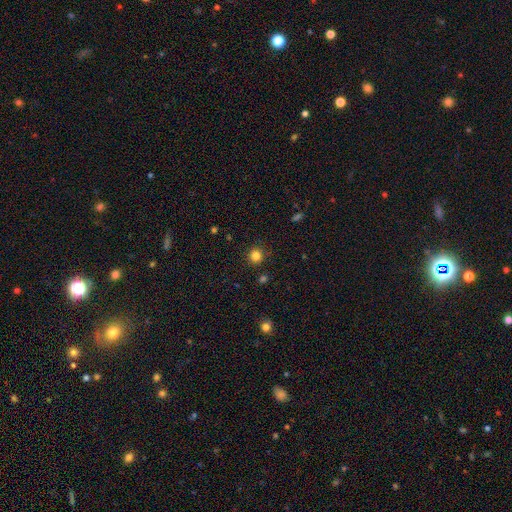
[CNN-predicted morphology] A smooth galaxy with no disk features (82%) that is round (92%).

Vote fractions:
- Smooth or featured? smooth: 82% / star or artifact: 14% / featured or disk: 4%
- How rounded? round: 92% / in between: 7% / cigar-shaped: 1%
- Merging? none: 90% / minor disturbance: 6% / major disturbance: 2% / merger: 2%